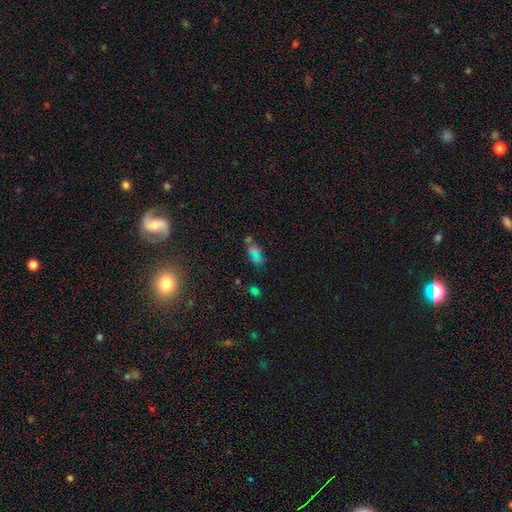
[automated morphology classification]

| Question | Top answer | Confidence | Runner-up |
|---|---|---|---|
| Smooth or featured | star or artifact | 49% | smooth (36%) |